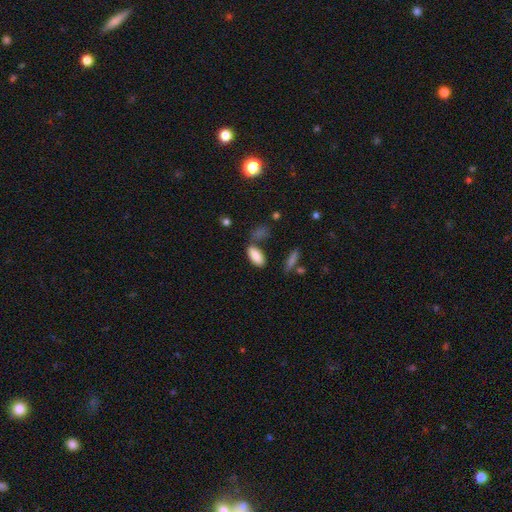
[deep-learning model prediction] smooth 86%, star or artifact 7%, featured or disk 7%. Down the decision tree: how rounded — in between (88%); merging — none (72%).